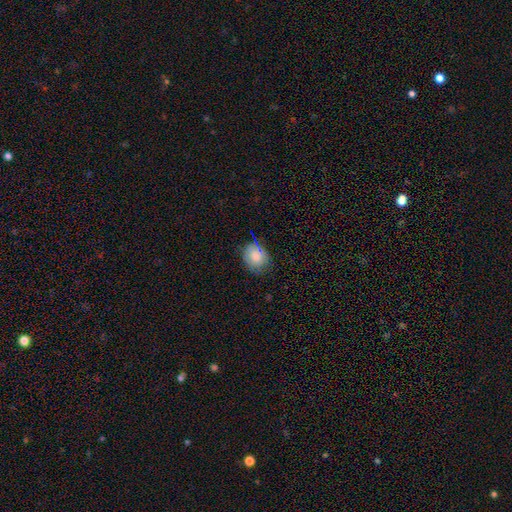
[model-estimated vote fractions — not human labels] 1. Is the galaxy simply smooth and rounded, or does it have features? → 73% smooth, 16% featured or disk, 10% star or artifact.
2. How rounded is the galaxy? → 52% round, 47% in between, 1% cigar-shaped.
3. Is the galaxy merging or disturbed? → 69% none, 23% minor disturbance, 6% major disturbance, 2% merger.